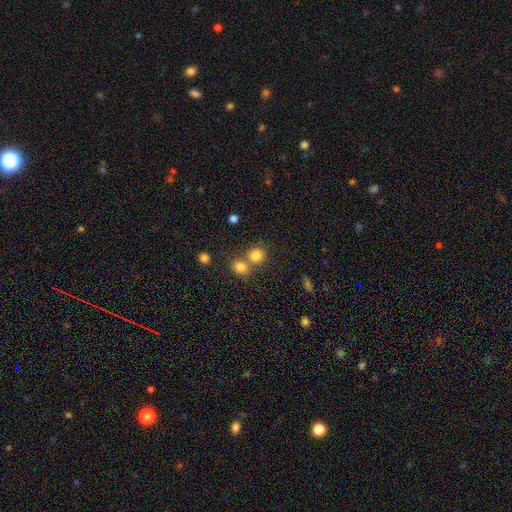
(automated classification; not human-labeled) Q: Smooth or featured?
A: smooth (80%); runner-up: star or artifact (13%)
Q: How rounded?
A: round (84%); runner-up: in between (15%)
Q: Merging?
A: none (51%); runner-up: merger (39%)